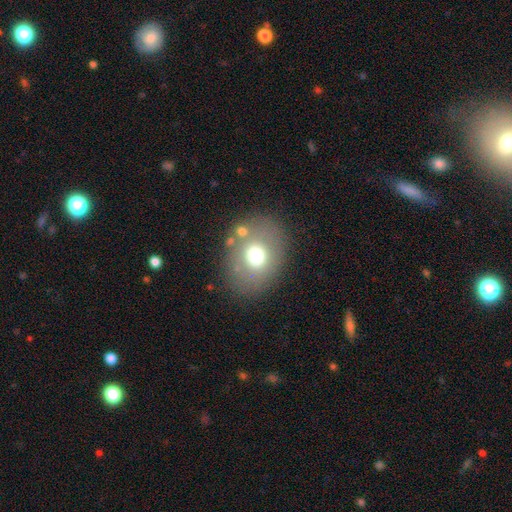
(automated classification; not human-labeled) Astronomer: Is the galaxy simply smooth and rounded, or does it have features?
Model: smooth — 66%.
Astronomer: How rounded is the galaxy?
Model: round — 50% (runner-up: in between, 49%).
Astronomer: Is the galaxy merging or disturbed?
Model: none — 77%.